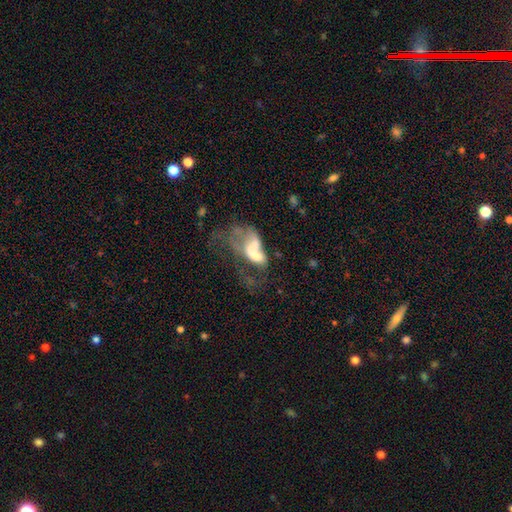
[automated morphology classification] A featured or disk galaxy (54%) with no bar (77%), no spiral arms (75%) and a moderate central bulge (35%).

Vote fractions:
- Smooth or featured? featured or disk: 54% / smooth: 34% / star or artifact: 12%
- Edge-on disk? no: 96% / yes: 4%
- Bar? no: 77% / weak: 17% / strong: 6%
- Spiral arms? no: 75% / yes: 25%
- Bulge size? moderate: 35% / none: 24% / small: 20% / large: 17% / dominant: 4%
- Merging? merger: 43% / major disturbance: 38% / none: 11% / minor disturbance: 8%